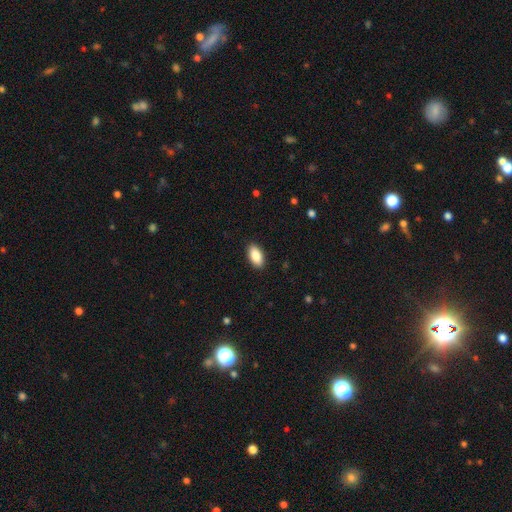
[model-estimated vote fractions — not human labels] Smooth or featured? smooth (87%)
How rounded? in between (93%)
Merging? none (90%)